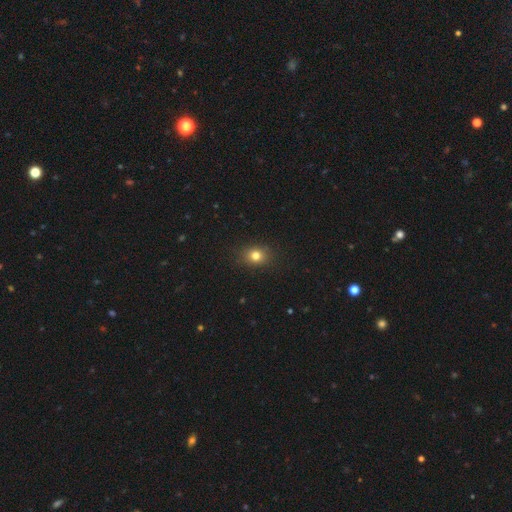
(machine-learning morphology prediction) This appears to be a smooth galaxy with no disk features (78%) that is round (60%). Merging: none (87%).